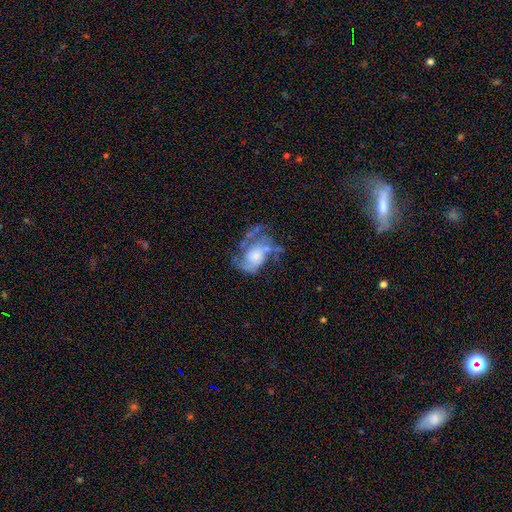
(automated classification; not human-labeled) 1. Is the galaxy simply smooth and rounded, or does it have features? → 71% featured or disk, 21% smooth, 8% star or artifact.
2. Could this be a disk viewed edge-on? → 97% no, 3% yes.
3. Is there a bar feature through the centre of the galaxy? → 75% no, 21% weak, 4% strong.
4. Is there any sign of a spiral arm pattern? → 76% yes, 24% no.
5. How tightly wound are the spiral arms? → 42% medium, 34% loose, 24% tight.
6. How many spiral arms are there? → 46% 2, 25% can't tell, 12% 3, 10% 1, 4% 4, 3% more than 4.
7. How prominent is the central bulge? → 36% moderate, 28% small, 20% large, 13% none, 3% dominant.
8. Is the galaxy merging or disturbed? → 37% major disturbance, 34% none, 22% minor disturbance, 7% merger.